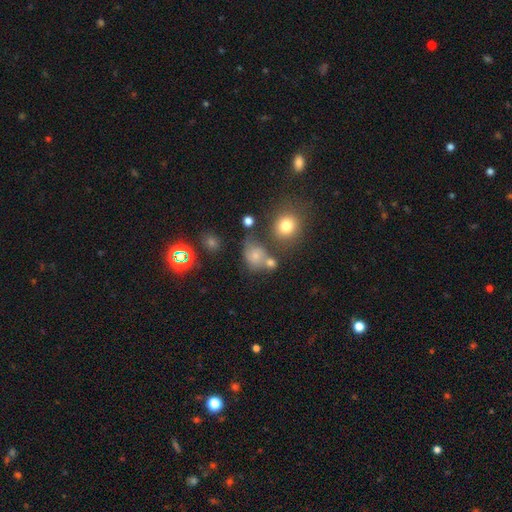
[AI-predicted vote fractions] smooth_or_featured: smooth (p=0.62) [alt: featured or disk p=0.19]
how_rounded: round (p=0.58) [alt: in between p=0.41]
merging: none (p=0.43) [alt: merger p=0.25]